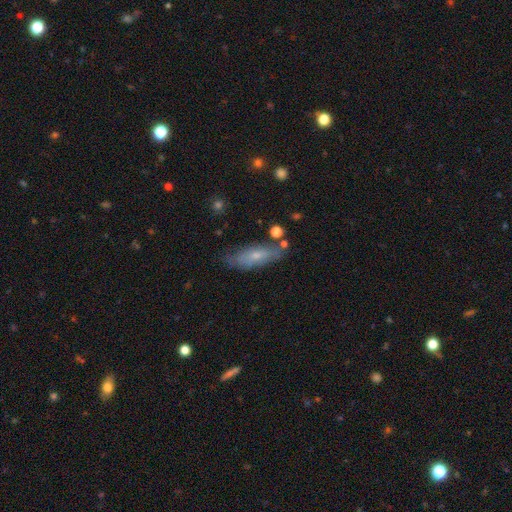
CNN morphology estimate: Q: Smooth or featured?
A: smooth (57%); runner-up: featured or disk (35%)
Q: How rounded?
A: in between (58%); runner-up: cigar-shaped (39%)
Q: Merging?
A: none (66%); runner-up: minor disturbance (23%)